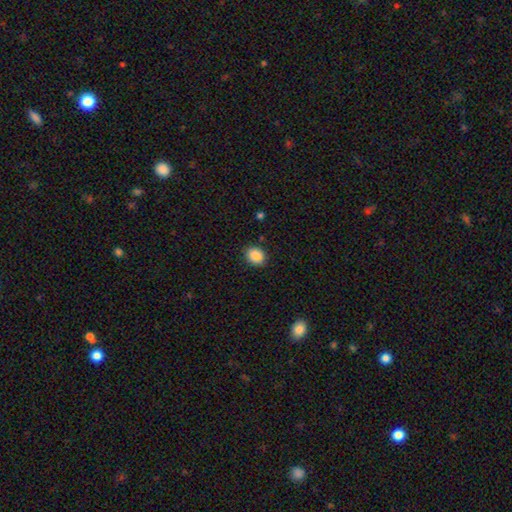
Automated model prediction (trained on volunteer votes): This is clearly a smooth galaxy (88%). How rounded: possibly in between (58%). Merging: clearly none (86%).